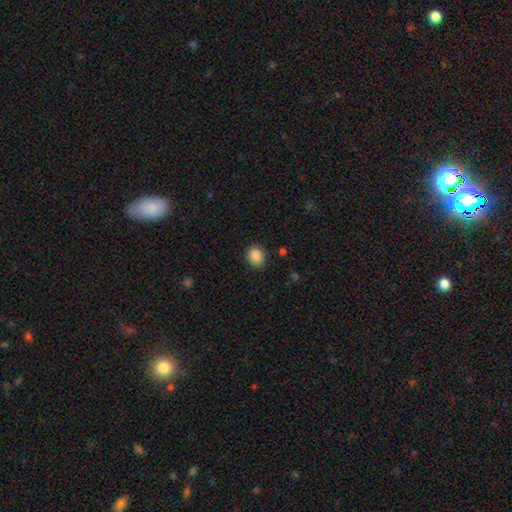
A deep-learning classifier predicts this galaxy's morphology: This appears to be a smooth galaxy with no disk features (88%) that is round (70%). Merging: none (88%).